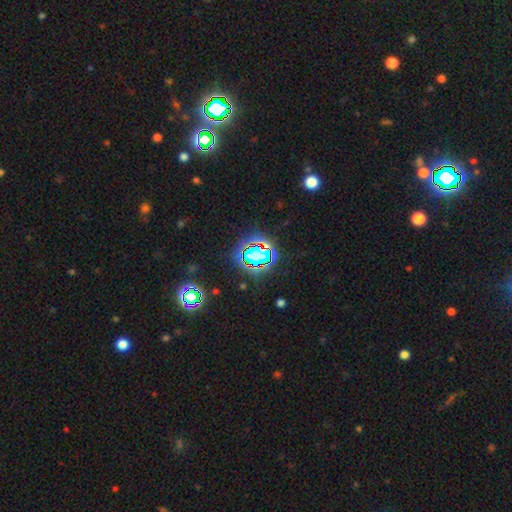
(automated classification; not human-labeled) A star or artifact, not a galaxy (66%).